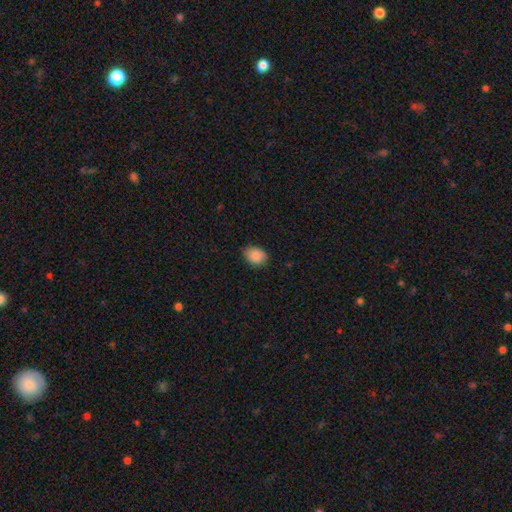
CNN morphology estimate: Overall: smooth (88%). How rounded: in between (61%; round 38%). Merging: none (81%).